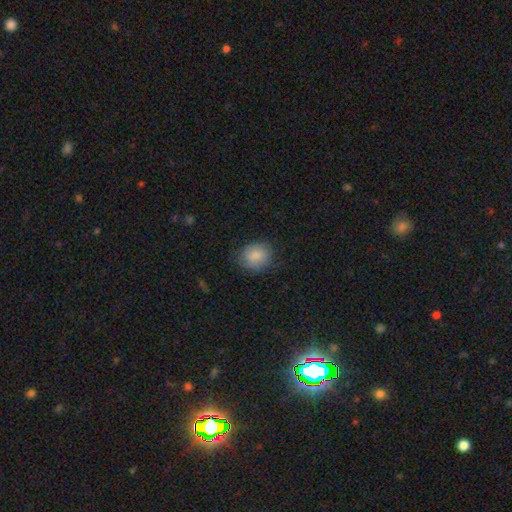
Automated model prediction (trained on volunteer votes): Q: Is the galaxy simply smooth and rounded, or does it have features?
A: smooth — 82%.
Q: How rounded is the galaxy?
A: round — 64%.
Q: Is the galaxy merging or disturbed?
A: none — 74%.